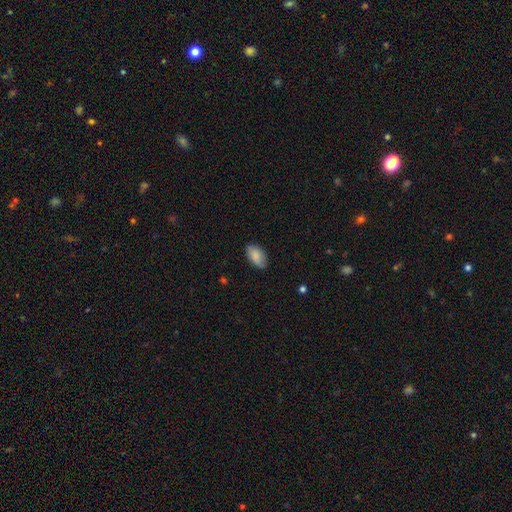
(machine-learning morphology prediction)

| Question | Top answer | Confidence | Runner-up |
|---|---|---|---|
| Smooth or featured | smooth | 86% | featured or disk (8%) |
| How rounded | in between | 94% | round (4%) |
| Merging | none | 81% | minor disturbance (16%) |